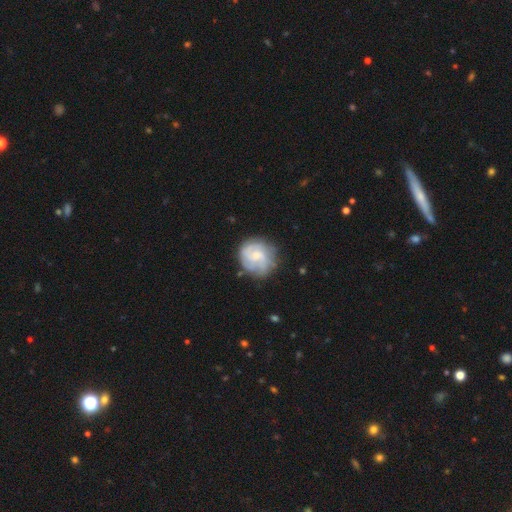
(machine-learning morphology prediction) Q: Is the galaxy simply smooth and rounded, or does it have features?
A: featured or disk — 60%.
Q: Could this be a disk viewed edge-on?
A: no — 98%.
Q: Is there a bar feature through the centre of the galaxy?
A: no — 59%.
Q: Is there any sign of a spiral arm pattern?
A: yes — 81%.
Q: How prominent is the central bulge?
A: small — 40%.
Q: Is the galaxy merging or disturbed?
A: none — 69%.